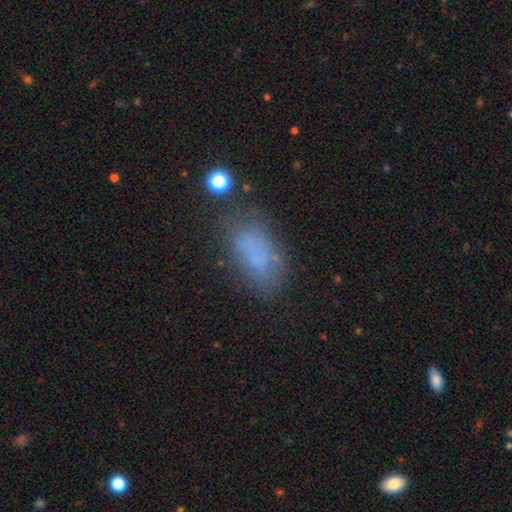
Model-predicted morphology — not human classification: Q: Smooth or featured?
A: smooth (62%); runner-up: featured or disk (22%)
Q: How rounded?
A: in between (88%); runner-up: round (6%)
Q: Merging?
A: none (53%); runner-up: minor disturbance (23%)